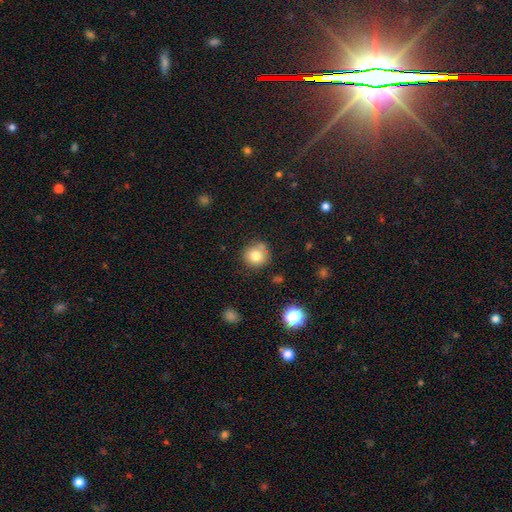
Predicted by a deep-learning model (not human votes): Overall: smooth (79%). How rounded: round (91%). Merging: none (75%).